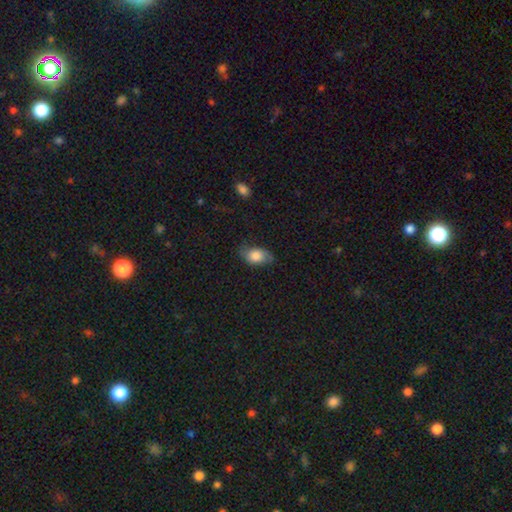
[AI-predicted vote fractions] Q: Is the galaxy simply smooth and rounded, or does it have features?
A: smooth — 75%.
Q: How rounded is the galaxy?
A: in between — 87%.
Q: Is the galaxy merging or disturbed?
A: none — 67%.